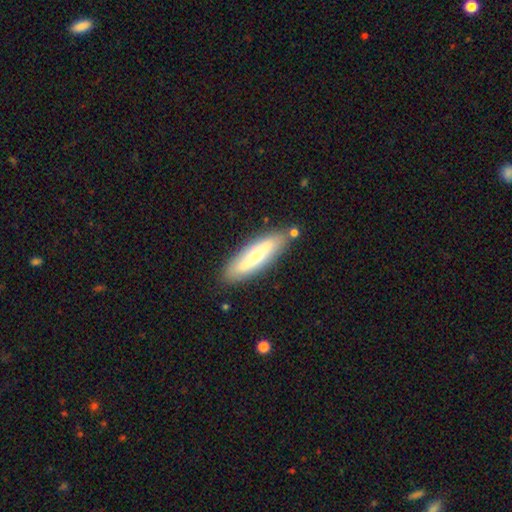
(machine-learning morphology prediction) smooth-or-featured: smooth: 57% | featured or disk: 37% | star or artifact: 6%
  how-rounded: cigar-shaped: 62% | in between: 37% | round: 2%
  merging: none: 83% | minor disturbance: 11% | merger: 4% | major disturbance: 2%